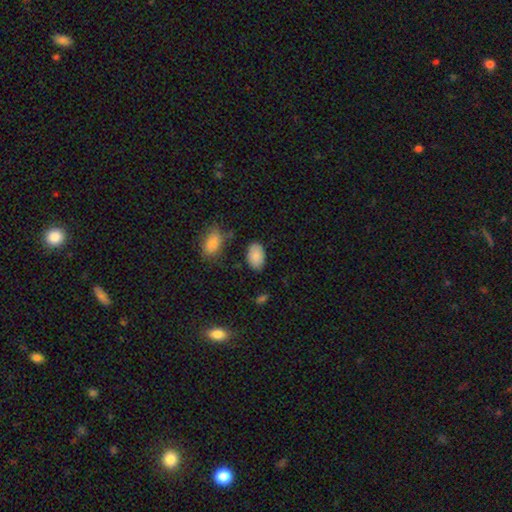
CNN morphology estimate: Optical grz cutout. It shows a smooth galaxy with no disk features (87%) that is in between round and cigar-shaped (91%). Merging: none (79%).